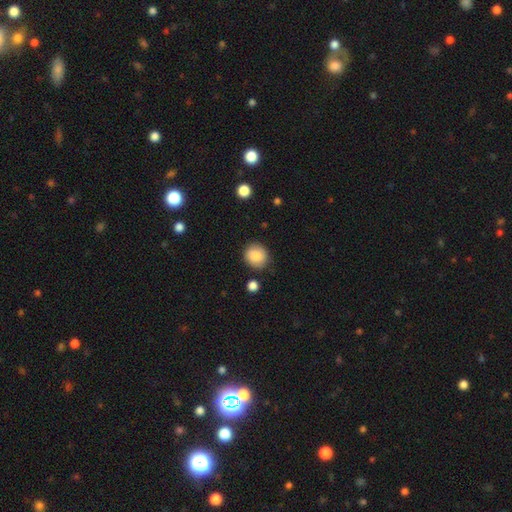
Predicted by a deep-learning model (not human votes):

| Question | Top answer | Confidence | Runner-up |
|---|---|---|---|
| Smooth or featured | smooth | 86% | star or artifact (8%) |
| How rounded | round | 83% | in between (16%) |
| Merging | none | 83% | minor disturbance (11%) |